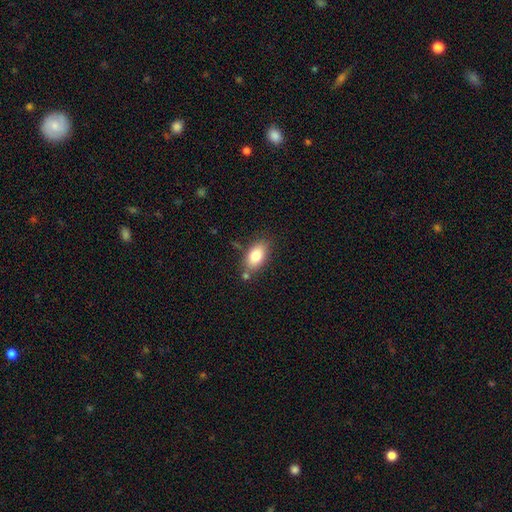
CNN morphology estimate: Smooth or featured? smooth (80%)
How rounded? in between (90%)
Merging? none (72%)